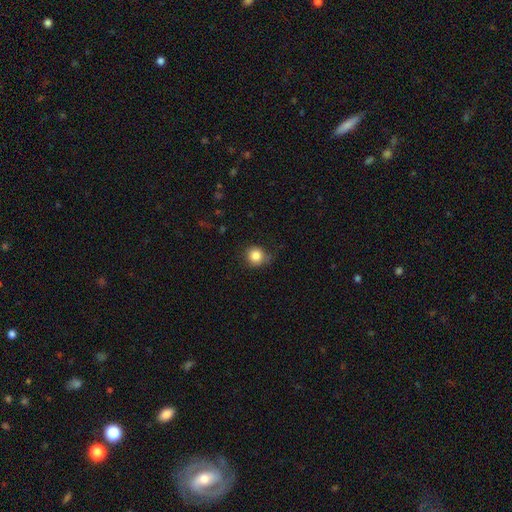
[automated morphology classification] A smooth galaxy with no disk features (84%) that is round (88%). Merging: none (74%).